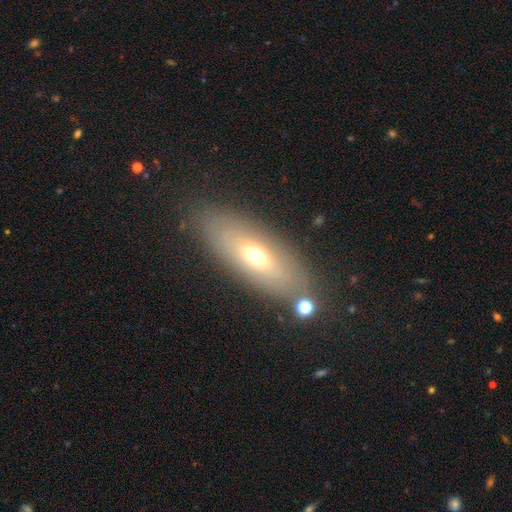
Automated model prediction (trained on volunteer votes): Q: Smooth or featured?
A: smooth (47%); runner-up: featured or disk (44%)
Q: Merging?
A: none (79%); runner-up: minor disturbance (12%)